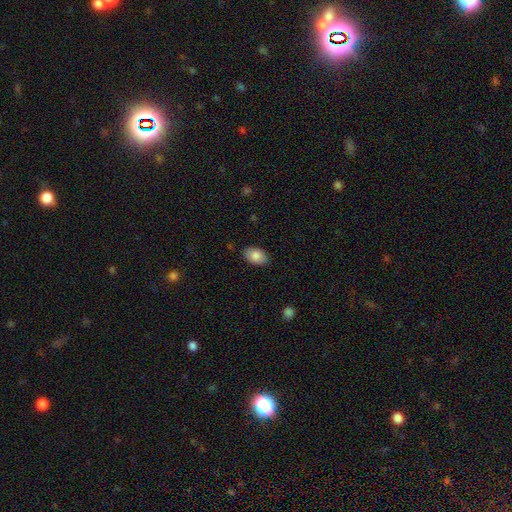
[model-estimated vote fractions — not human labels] Overall: smooth (85%). How rounded: in between (88%). Merging: none (86%).